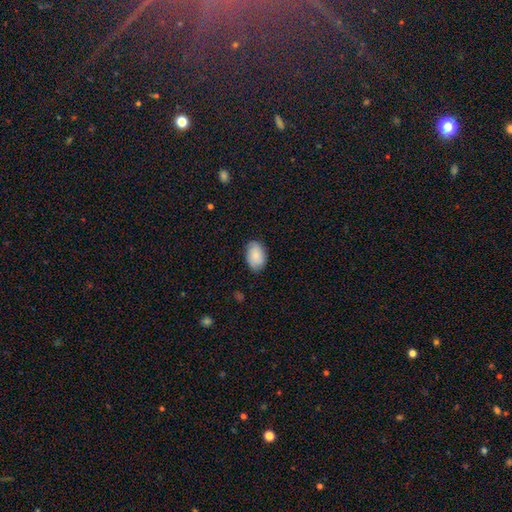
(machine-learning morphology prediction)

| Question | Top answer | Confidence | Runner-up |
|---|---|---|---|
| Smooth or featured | smooth | 73% | featured or disk (19%) |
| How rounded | in between | 86% | round (12%) |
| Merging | none | 81% | minor disturbance (15%) |